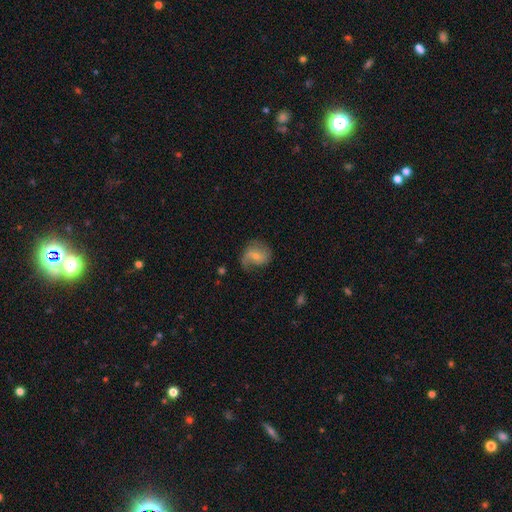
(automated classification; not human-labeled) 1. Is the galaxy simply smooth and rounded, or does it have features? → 55% featured or disk, 37% smooth, 8% star or artifact.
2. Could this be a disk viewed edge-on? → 97% no, 3% yes.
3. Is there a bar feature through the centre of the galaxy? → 50% no, 39% weak, 11% strong.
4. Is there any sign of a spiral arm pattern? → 85% yes, 15% no.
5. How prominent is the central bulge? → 57% small, 35% moderate, 5% none, 2% large, 1% dominant.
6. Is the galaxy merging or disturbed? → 55% none, 26% minor disturbance, 17% major disturbance, 2% merger.